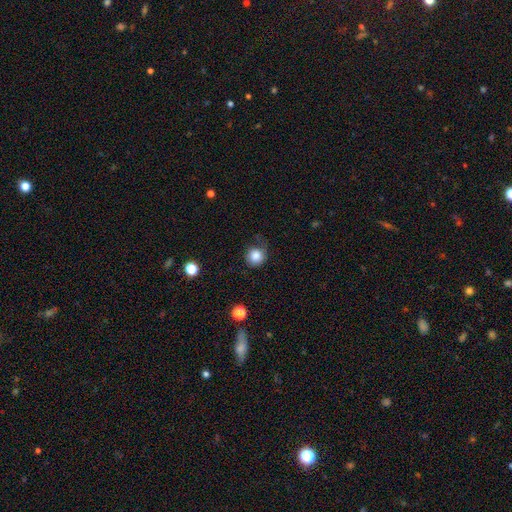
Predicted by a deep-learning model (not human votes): Overall: smooth (85%). How rounded: round (90%). Merging: none (64%).